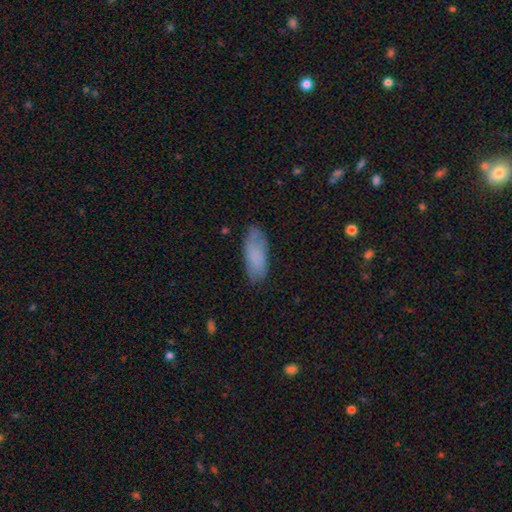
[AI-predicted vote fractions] A smooth galaxy with no disk features (80%) that is in between round and cigar-shaped (77%).

Vote fractions:
- Smooth or featured? smooth: 80% / featured or disk: 13% / star or artifact: 7%
- How rounded? in between: 77% / cigar-shaped: 21% / round: 2%
- Merging? none: 73% / minor disturbance: 20% / major disturbance: 5% / merger: 2%